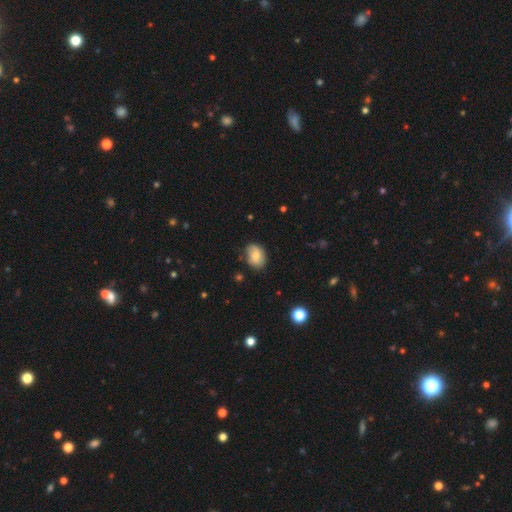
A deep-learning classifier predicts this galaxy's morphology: The model was most divided on "merging": none: 74%, minor disturbance: 20%, major disturbance: 4%, merger: 2%. More confident: how rounded — in between (77%); smooth or featured — smooth (75%).